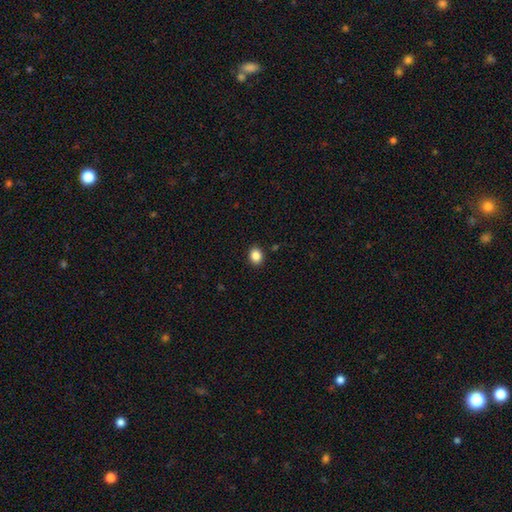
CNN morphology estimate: Smooth or featured: smooth — 87% (star or artifact — 10%)
How rounded: round — 53% (in between — 46%)
Merging: none — 90% (minor disturbance — 7%)